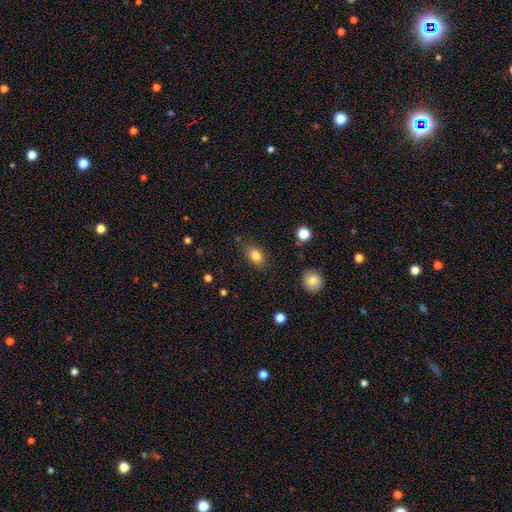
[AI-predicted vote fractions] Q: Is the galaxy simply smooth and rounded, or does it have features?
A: smooth — 82%.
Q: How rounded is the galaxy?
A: in between — 77%.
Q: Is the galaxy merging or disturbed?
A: none — 79%.